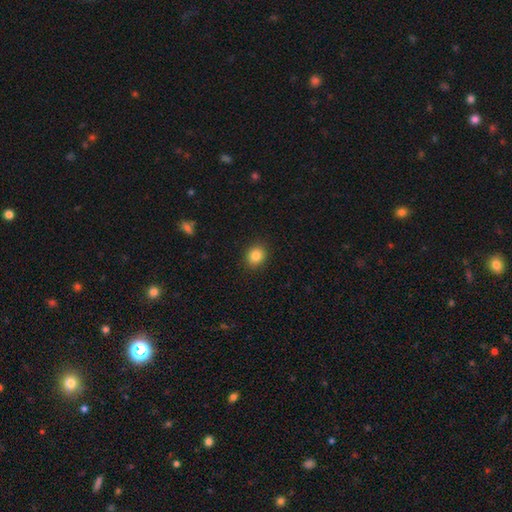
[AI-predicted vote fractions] This appears to be a smooth galaxy with no disk features (85%) that is round (68%). Merging: none (90%).